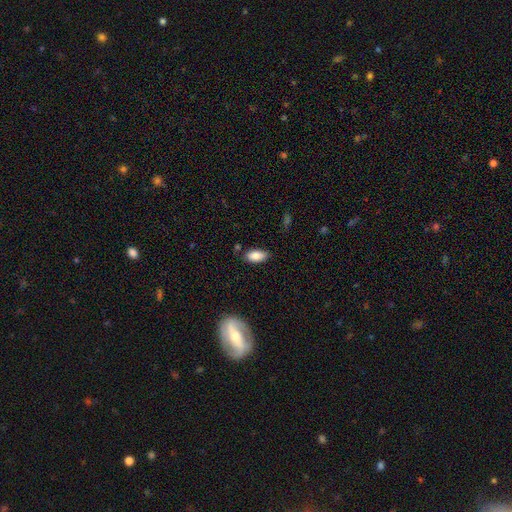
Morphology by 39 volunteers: Overall: smooth (92%). How rounded: in between (94%). Merging: none (86%).